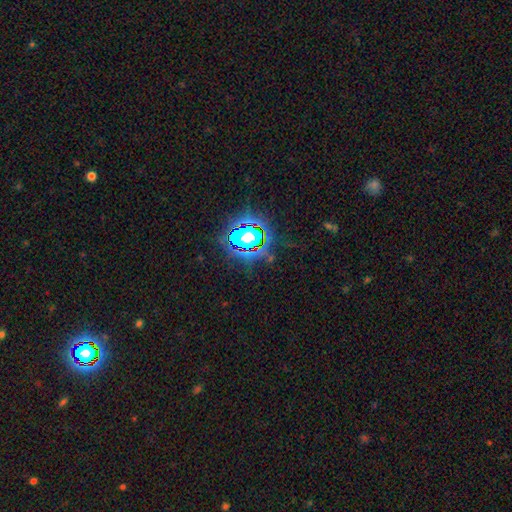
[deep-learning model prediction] smooth-or-featured: star or artifact: 81% | smooth: 11% | featured or disk: 8%